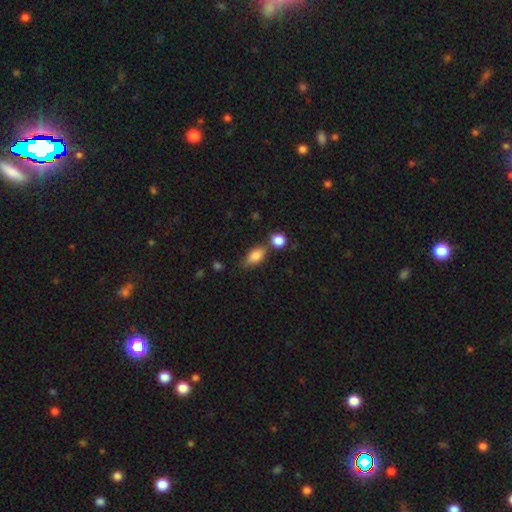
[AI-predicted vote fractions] The model was most divided on "merging": none: 58%, merger: 19%, minor disturbance: 19%, major disturbance: 5%. More confident: how rounded — in between (84%); smooth or featured — smooth (81%).